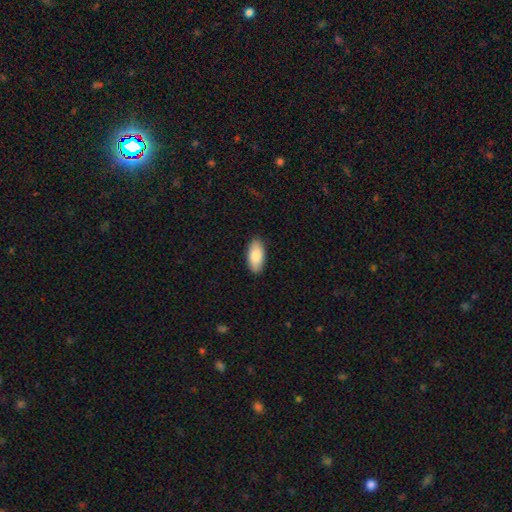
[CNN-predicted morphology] A smooth galaxy with no disk features (88%) that is in between round and cigar-shaped (92%). Merging: none (89%).